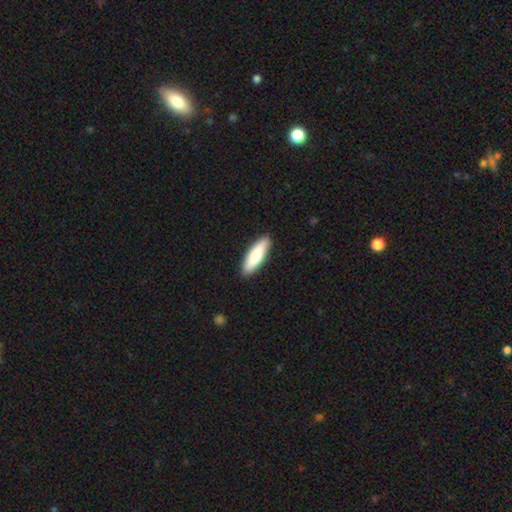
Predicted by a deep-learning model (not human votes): A smooth galaxy with no disk features (80%) that is cigar-shaped (53%).

Vote fractions:
- Smooth or featured? smooth: 80% / featured or disk: 15% / star or artifact: 5%
- How rounded? cigar-shaped: 53% / in between: 45% / round: 2%
- Merging? none: 90% / minor disturbance: 7% / major disturbance: 1% / merger: 1%